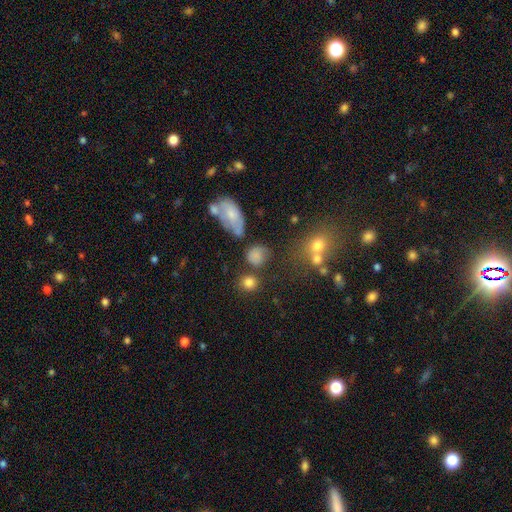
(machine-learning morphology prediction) type=smooth (76%); roundness=round (75%); merging=none (61%).